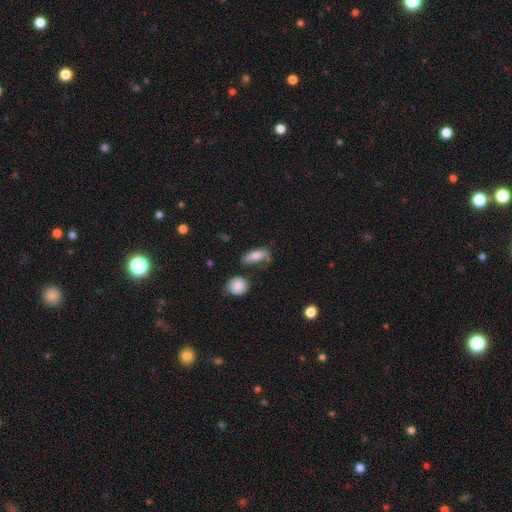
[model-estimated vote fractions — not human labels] Smooth or featured?
  - smooth: 76% *
  - featured or disk: 16%
  - star or artifact: 8%
How rounded?
  - in between: 64% *
  - cigar-shaped: 31%
  - round: 5%
Merging?
  - none: 60% *
  - minor disturbance: 25%
  - major disturbance: 8%
  - merger: 7%